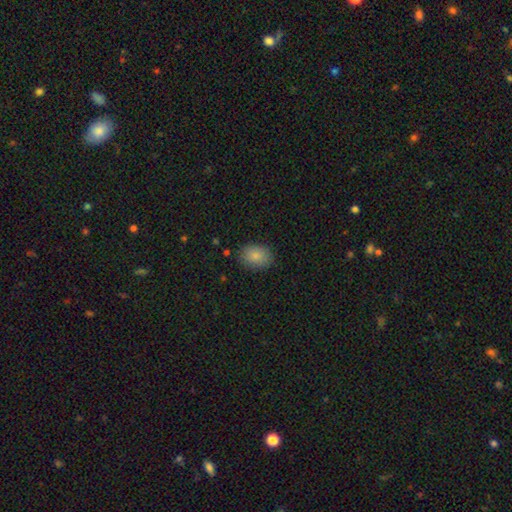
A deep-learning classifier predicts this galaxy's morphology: type=smooth (85%); roundness=in between (72%); merging=none (85%).